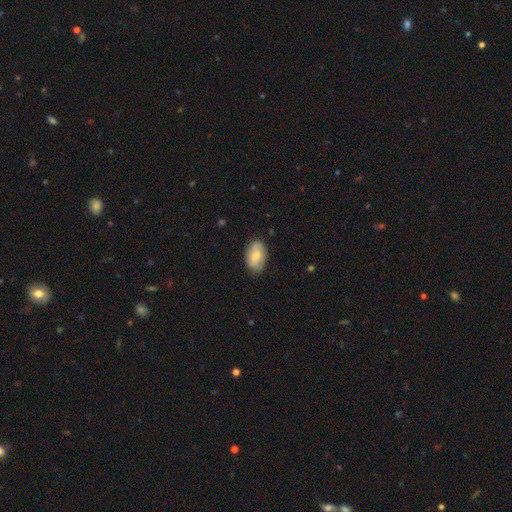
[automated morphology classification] smooth 72%, featured or disk 21%, star or artifact 7%. Down the decision tree: how rounded — in between (91%); merging — none (80%).